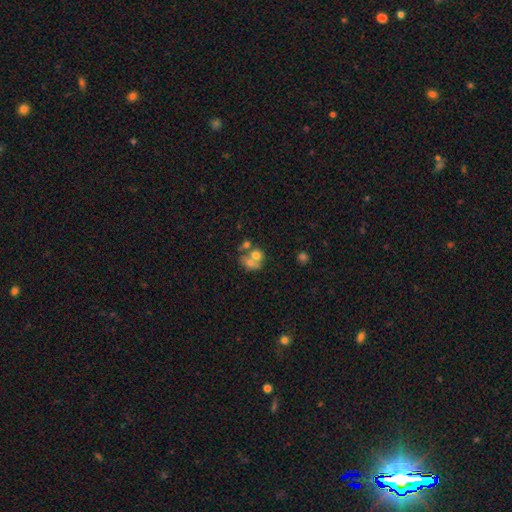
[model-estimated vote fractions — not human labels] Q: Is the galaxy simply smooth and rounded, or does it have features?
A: smooth — 59%.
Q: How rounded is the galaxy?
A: round — 61%.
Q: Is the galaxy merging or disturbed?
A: merger — 60%.